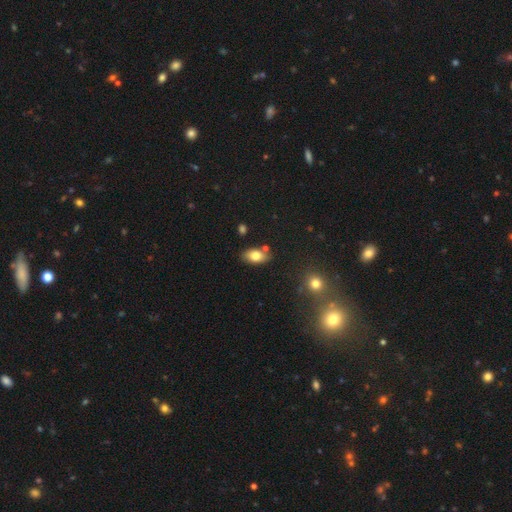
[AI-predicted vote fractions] smooth_or_featured: smooth (p=0.78) [alt: featured or disk p=0.14]
how_rounded: in between (p=0.90) [alt: round p=0.07]
merging: none (p=0.77) [alt: minor disturbance p=0.13]